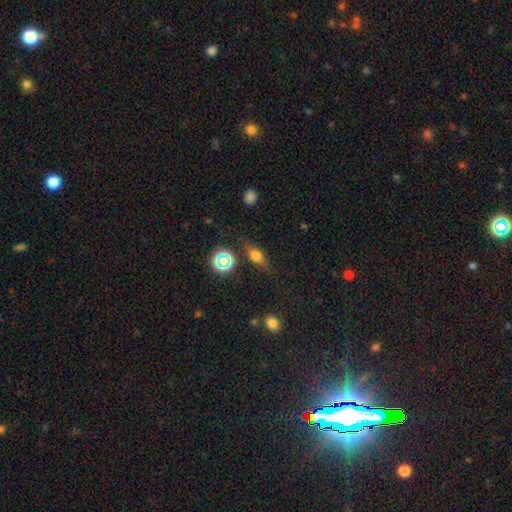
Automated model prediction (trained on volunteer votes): Smooth or featured?
  - smooth: 63% *
  - featured or disk: 19%
  - star or artifact: 18%
How rounded?
  - in between: 66% *
  - cigar-shaped: 19%
  - round: 16%
Merging?
  - none: 76% *
  - minor disturbance: 16%
  - major disturbance: 6%
  - merger: 3%